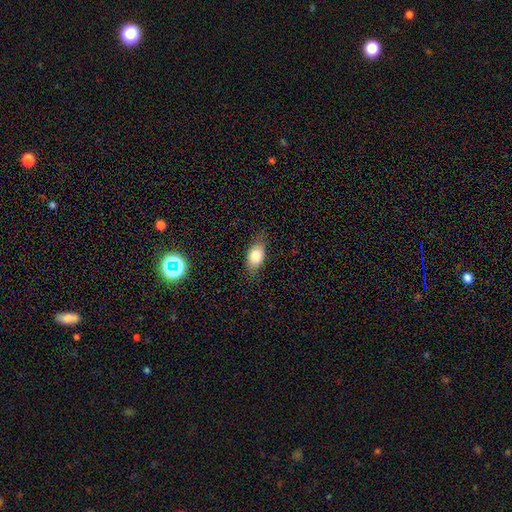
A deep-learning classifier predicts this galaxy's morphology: Smooth or featured? Predicted: smooth (p=0.80). How rounded? Predicted: in between (p=0.86). Merging? Predicted: none (p=0.77).